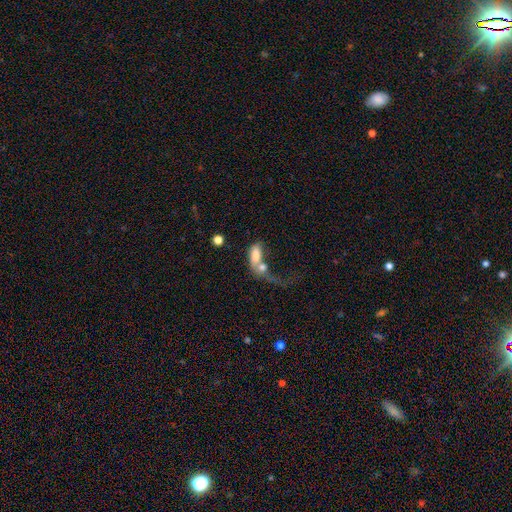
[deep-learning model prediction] smooth-or-featured: smooth: 69% | featured or disk: 23% | star or artifact: 8%
  how-rounded: in between: 83% | cigar-shaped: 11% | round: 6%
  merging: merger: 58% | major disturbance: 21% | none: 13% | minor disturbance: 7%